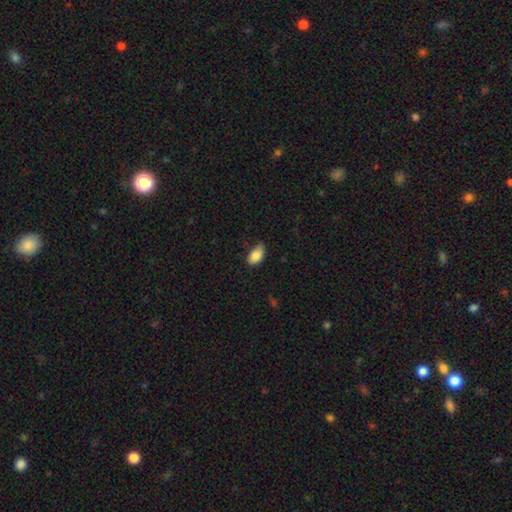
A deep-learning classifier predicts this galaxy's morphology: A smooth galaxy with no disk features (85%) that is in between round and cigar-shaped (93%). Merging: none (58%).